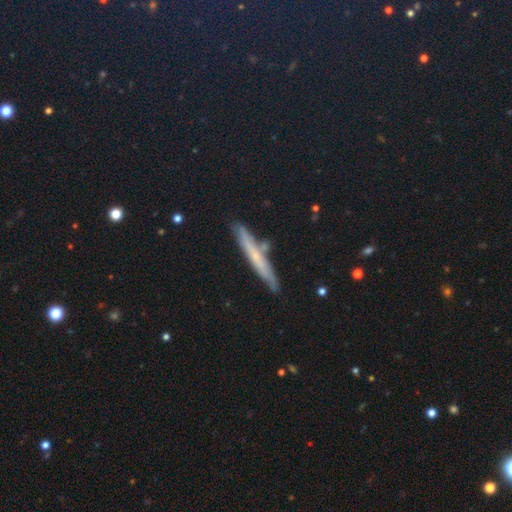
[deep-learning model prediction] A featured or disk galaxy (46%).

Vote fractions:
- Smooth or featured? featured or disk: 46% / smooth: 43% / star or artifact: 11%
- Merging? none: 83% / minor disturbance: 11% / merger: 4% / major disturbance: 2%